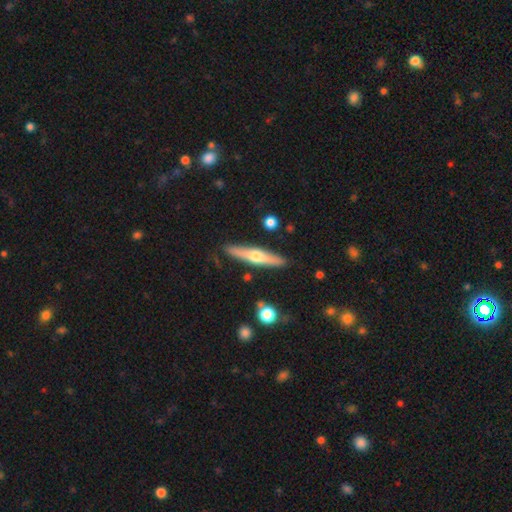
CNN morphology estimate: Smooth or featured?
  - featured or disk: 56% *
  - smooth: 38%
  - star or artifact: 6%
Edge-on disk?
  - yes: 94% *
  - no: 6%
Edge-on bulge?
  - rounded: 91% *
  - none: 6%
  - boxy: 3%
Merging?
  - none: 87% *
  - minor disturbance: 9%
  - merger: 2%
  - major disturbance: 2%